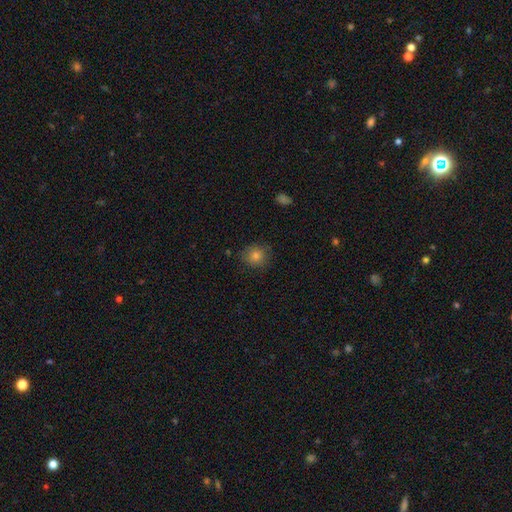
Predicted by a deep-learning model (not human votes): Morphology: type=smooth (76%); roundness=round (86%); merging=none (84%).